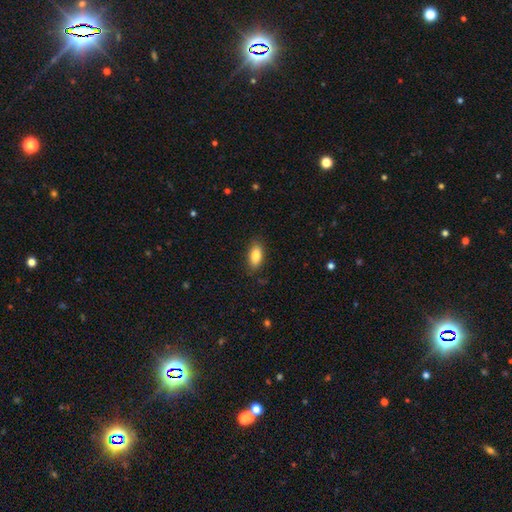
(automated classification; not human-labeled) Smooth or featured? Predicted: smooth (p=0.85). How rounded? Predicted: in between (p=0.88). Merging? Predicted: none (p=0.86).